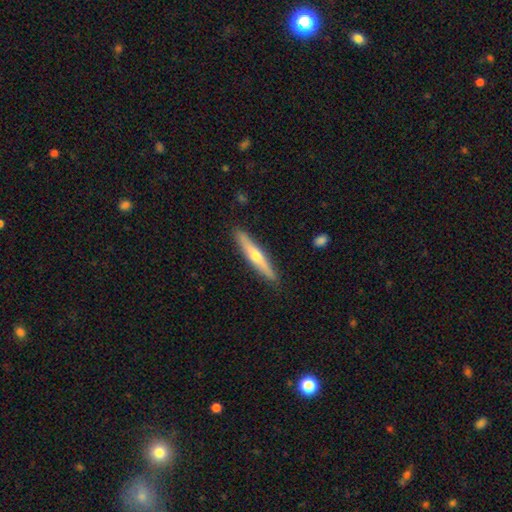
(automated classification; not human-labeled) Q: Smooth or featured?
A: featured or disk (56%); runner-up: smooth (38%)
Q: Edge-on disk?
A: yes (95%); runner-up: no (5%)
Q: Edge-on bulge?
A: rounded (85%); runner-up: none (12%)
Q: Merging?
A: none (90%); runner-up: minor disturbance (7%)